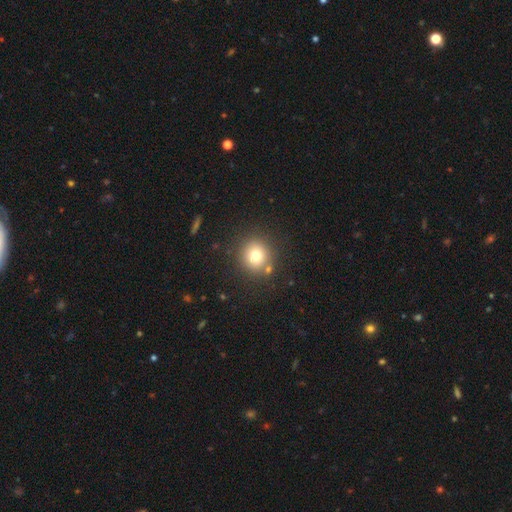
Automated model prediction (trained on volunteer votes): This is likely a smooth galaxy (75%). How rounded: clearly round (92%). Merging: clearly none (83%).